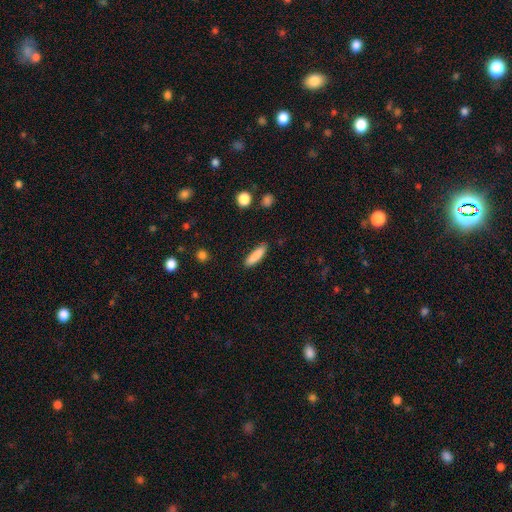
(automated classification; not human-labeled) smooth_or_featured: smooth (p=0.87) [alt: featured or disk p=0.07]
how_rounded: cigar-shaped (p=0.70) [alt: in between p=0.28]
merging: none (p=0.87) [alt: minor disturbance p=0.10]